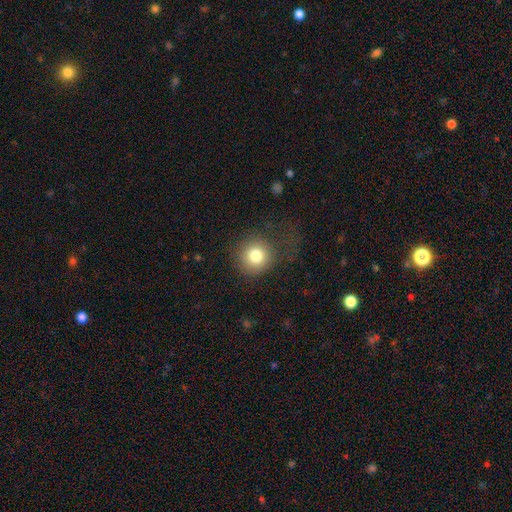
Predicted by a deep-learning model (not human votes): smooth-or-featured: smooth: 80% | star or artifact: 11% | featured or disk: 9%
  how-rounded: round: 92% | in between: 7% | cigar-shaped: 1%
  merging: none: 68% | minor disturbance: 16% | major disturbance: 15% | merger: 1%